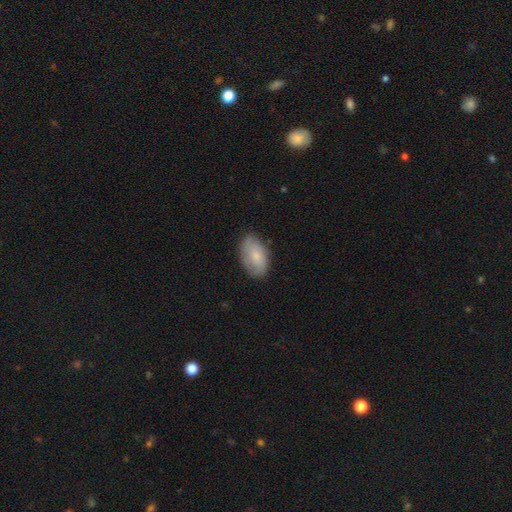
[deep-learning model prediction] smooth_or_featured: smooth (p=0.67) [alt: featured or disk p=0.26]
how_rounded: in between (p=0.92) [alt: round p=0.06]
merging: none (p=0.74) [alt: minor disturbance p=0.20]